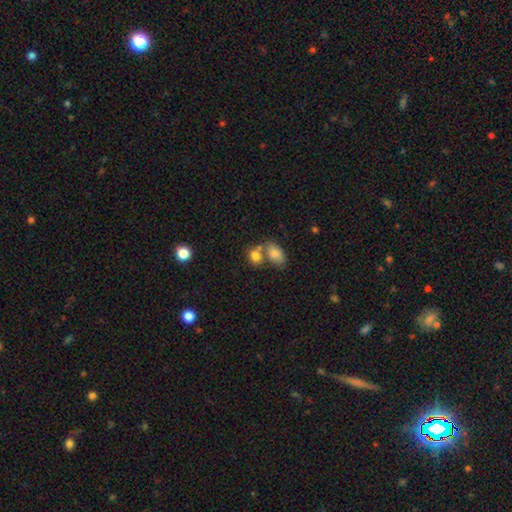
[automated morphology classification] This appears to be a smooth galaxy with no disk features (80%) that is in between round and cigar-shaped (59%). Merging: merger (43%).